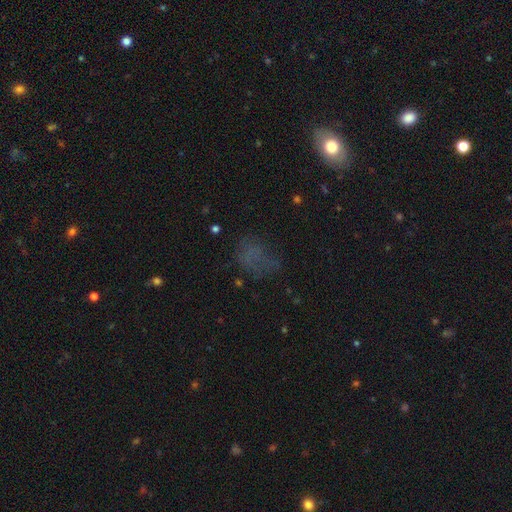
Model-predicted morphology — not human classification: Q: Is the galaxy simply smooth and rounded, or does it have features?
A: smooth — 49%.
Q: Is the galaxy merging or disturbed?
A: none — 51%.